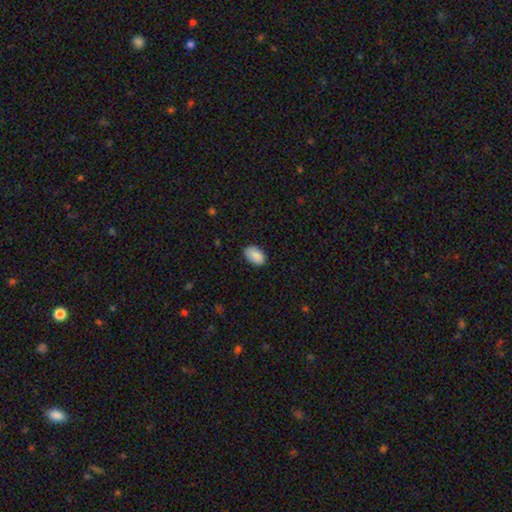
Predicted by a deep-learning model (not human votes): smooth-or-featured: smooth: 89% | star or artifact: 7% | featured or disk: 4%
  how-rounded: in between: 91% | round: 8% | cigar-shaped: 1%
  merging: none: 84% | minor disturbance: 13% | major disturbance: 2% | merger: 1%